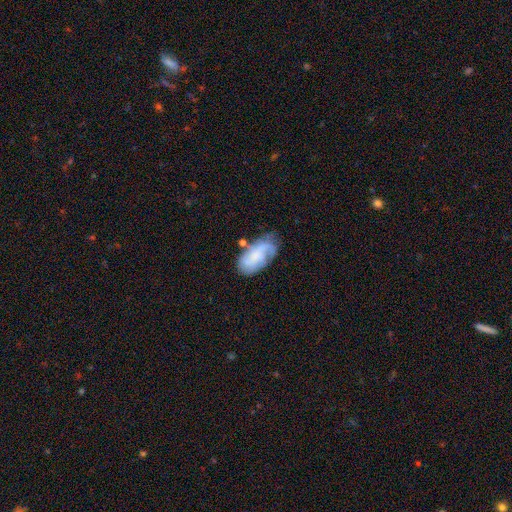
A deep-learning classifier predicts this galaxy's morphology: The model was most divided on "bulge size": none: 43%, small: 31%, moderate: 18%, large: 6%, dominant: 2%. More confident: edge-on disk — no (96%); spiral arms — yes (86%); bar — no (66%); smooth or featured — featured or disk (58%); merging — none (53%).